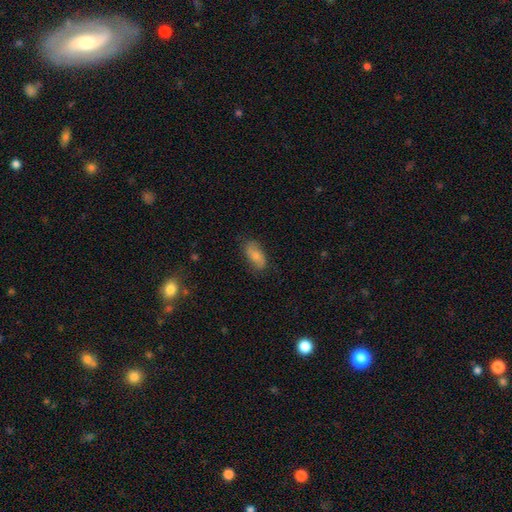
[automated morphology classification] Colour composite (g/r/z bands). It shows a smooth galaxy with no disk features (67%) that is in between round and cigar-shaped (90%). Merging: none (74%).